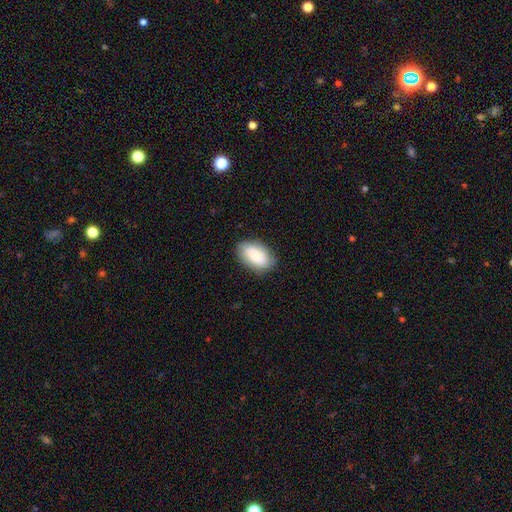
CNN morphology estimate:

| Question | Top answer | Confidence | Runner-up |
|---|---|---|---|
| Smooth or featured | smooth | 79% | featured or disk (15%) |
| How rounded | in between | 93% | round (5%) |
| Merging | none | 83% | minor disturbance (13%) |